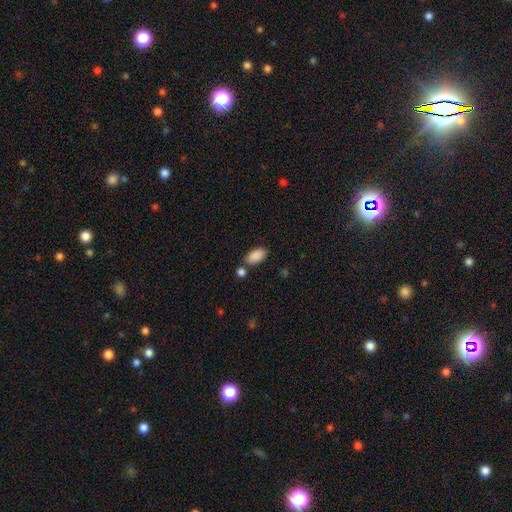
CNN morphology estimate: This appears to be a smooth galaxy with no disk features (89%) that is in between round and cigar-shaped (94%). Merging: none (71%).